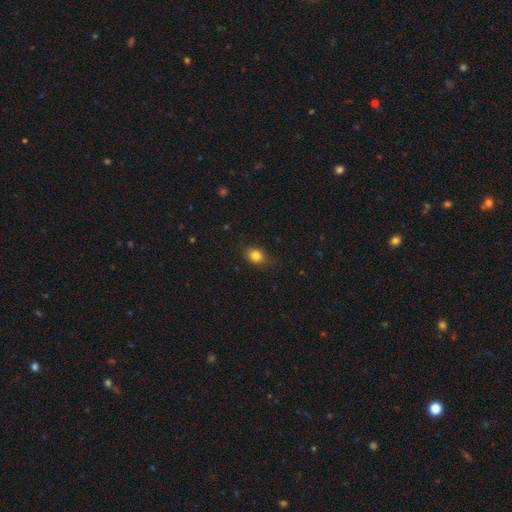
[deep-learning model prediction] Smooth or featured: smooth — 82% (star or artifact — 11%)
How rounded: in between — 50% (round — 49%)
Merging: none — 81% (minor disturbance — 15%)